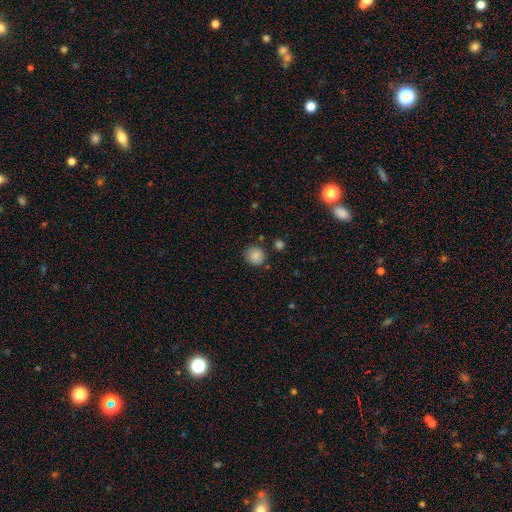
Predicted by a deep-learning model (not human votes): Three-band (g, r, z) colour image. It shows a smooth galaxy with no disk features (86%) that is round (85%). Merging: none (80%).